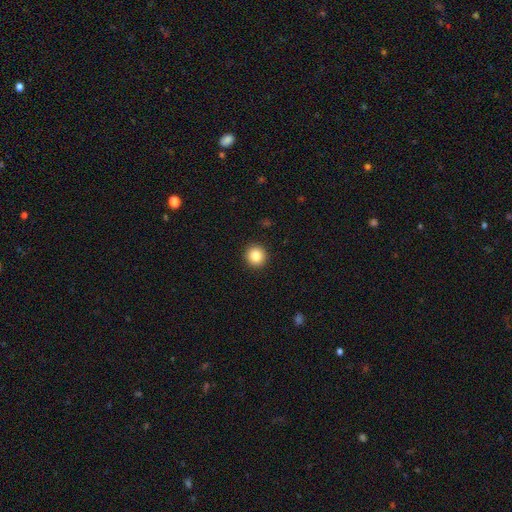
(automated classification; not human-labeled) Smooth or featured? Predicted: smooth (p=0.85). How rounded? Predicted: round (p=0.93). Merging? Predicted: none (p=0.93).